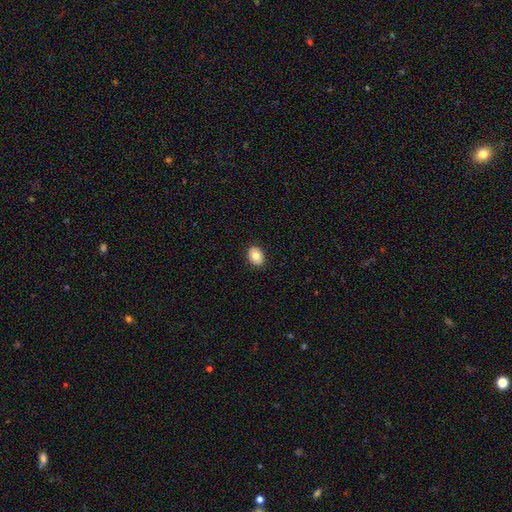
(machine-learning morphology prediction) Smooth or featured? Predicted: smooth (p=0.83). How rounded? Predicted: in between (p=0.74). Merging? Predicted: none (p=0.90).